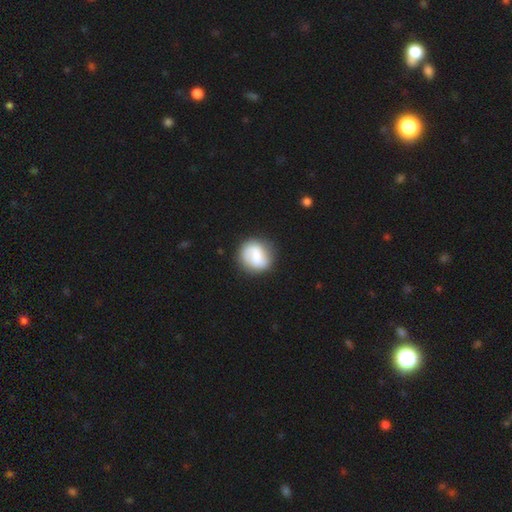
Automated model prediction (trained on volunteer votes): The model was most divided on "smooth or featured": smooth: 52%, featured or disk: 41%, star or artifact: 7%. More confident: how rounded — round (82%); merging — none (77%).